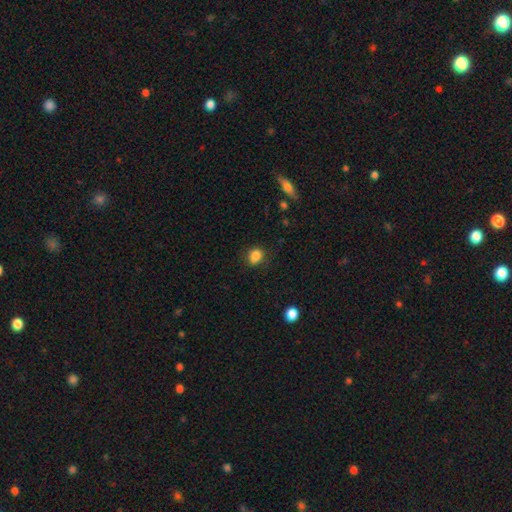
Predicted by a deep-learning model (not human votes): This is clearly a smooth galaxy (84%). How rounded: likely round (62%). Merging: likely none (77%).